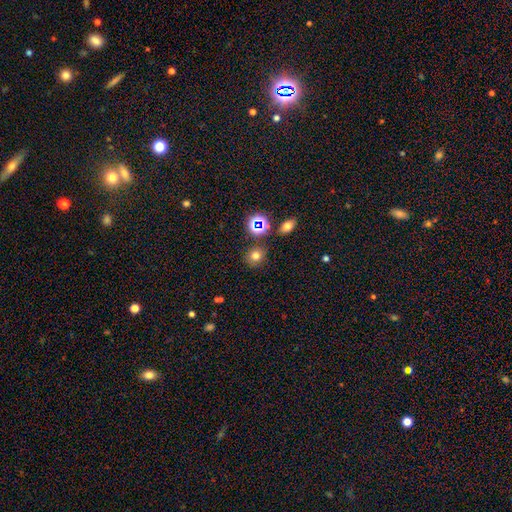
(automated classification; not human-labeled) Smooth or featured? Predicted: smooth (p=0.71). How rounded? Predicted: round (p=0.81). Merging? Predicted: none (p=0.83).